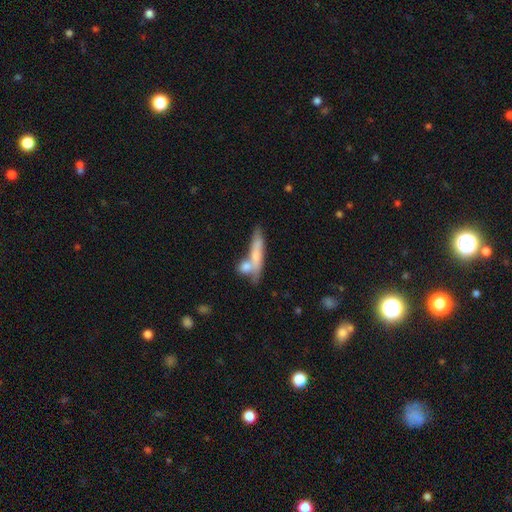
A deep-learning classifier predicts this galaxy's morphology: A smooth galaxy with no disk features (62%) that is cigar-shaped (77%).

Vote fractions:
- Smooth or featured? smooth: 62% / featured or disk: 31% / star or artifact: 8%
- How rounded? cigar-shaped: 77% / in between: 19% / round: 4%
- Merging? none: 41% / merger: 38% / minor disturbance: 14% / major disturbance: 6%